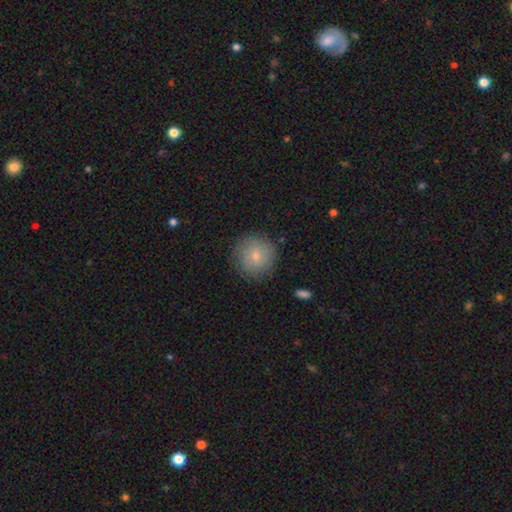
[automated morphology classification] The model was most divided on "smooth or featured": smooth: 77%, featured or disk: 16%, star or artifact: 8%. More confident: how rounded — round (94%); merging — none (85%).